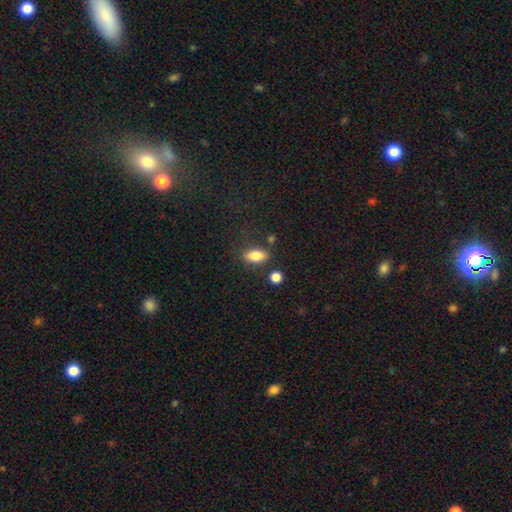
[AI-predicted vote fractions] Q: Smooth or featured?
A: smooth (83%); runner-up: featured or disk (9%)
Q: How rounded?
A: in between (86%); runner-up: cigar-shaped (7%)
Q: Merging?
A: none (78%); runner-up: minor disturbance (13%)